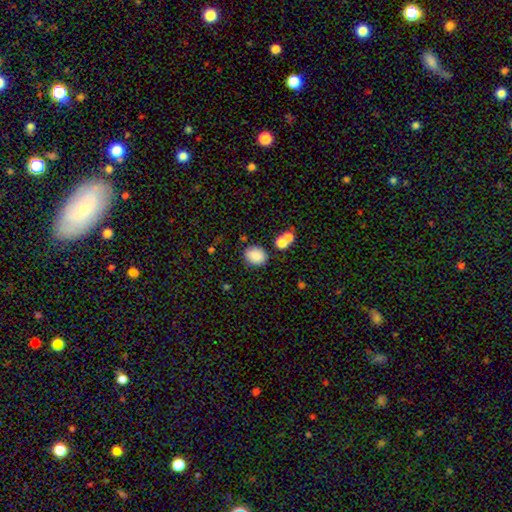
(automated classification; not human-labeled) Smooth or featured: smooth — 86% (star or artifact — 9%)
How rounded: round — 51% (in between — 48%)
Merging: none — 75% (minor disturbance — 13%)